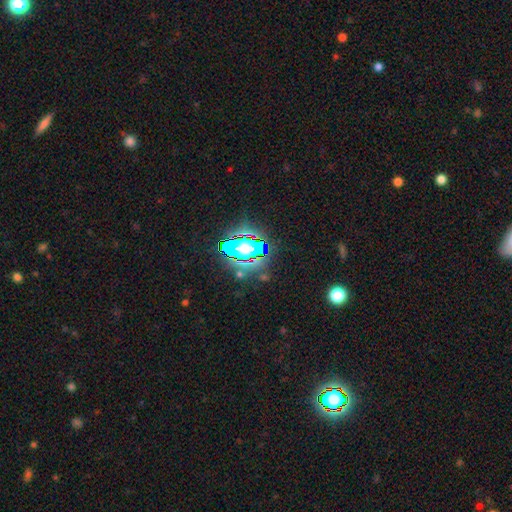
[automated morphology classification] A star or artifact, not a galaxy (78%).